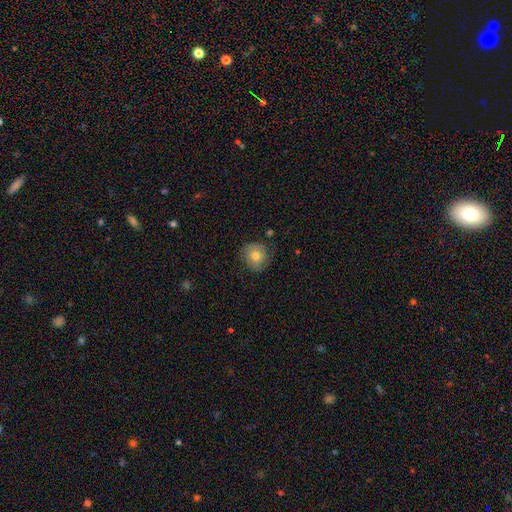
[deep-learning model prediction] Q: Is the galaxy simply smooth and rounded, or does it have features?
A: smooth — 64%.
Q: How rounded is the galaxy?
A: round — 87%.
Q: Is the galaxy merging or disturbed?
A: none — 74%.